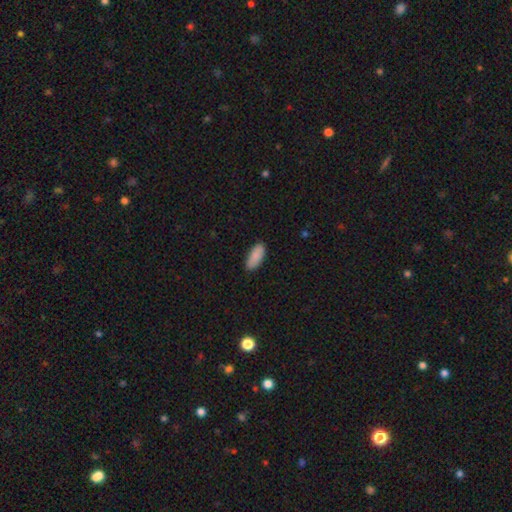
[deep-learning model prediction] The model was most divided on "how rounded": in between: 85%, cigar-shaped: 14%, round: 2%. More confident: smooth or featured — smooth (89%); merging — none (86%).